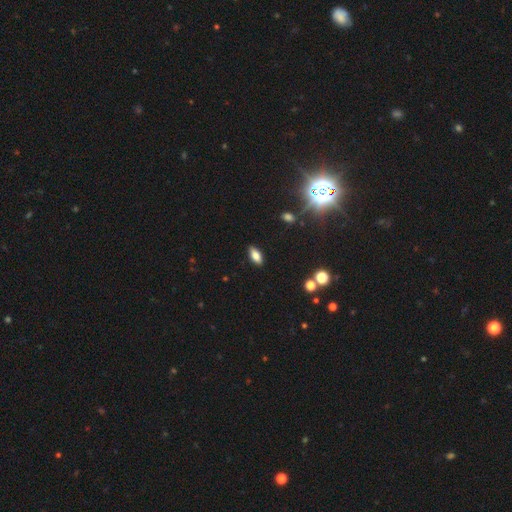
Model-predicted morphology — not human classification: A smooth galaxy with no disk features (76%) that is in between round and cigar-shaped (85%). Merging: none (88%).